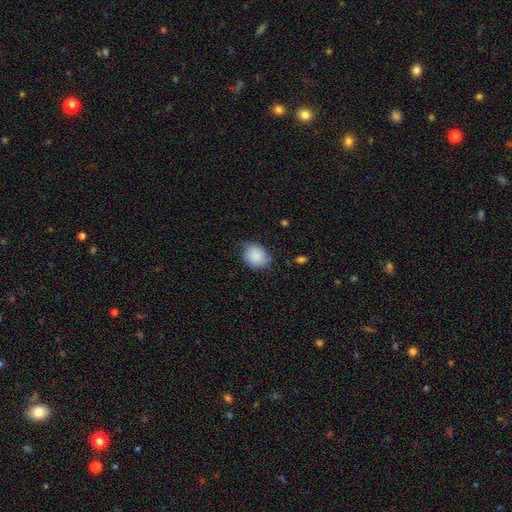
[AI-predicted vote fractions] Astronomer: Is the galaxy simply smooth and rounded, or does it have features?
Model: smooth — 88%.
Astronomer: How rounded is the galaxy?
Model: round — 50% (runner-up: in between, 49%).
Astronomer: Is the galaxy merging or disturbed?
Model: none — 69%.